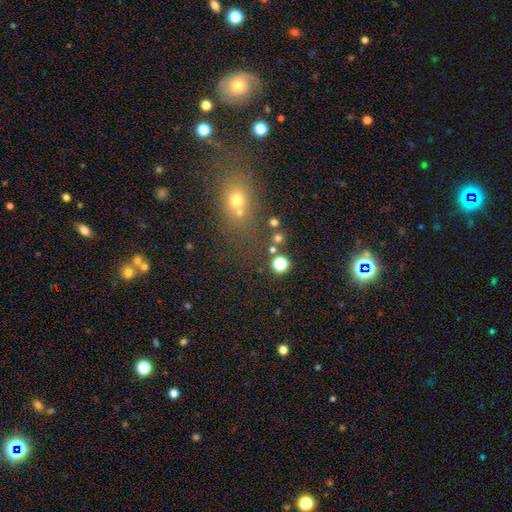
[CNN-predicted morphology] Q: Smooth or featured?
A: smooth (46%); runner-up: star or artifact (42%)
Q: Merging?
A: none (71%); runner-up: minor disturbance (12%)